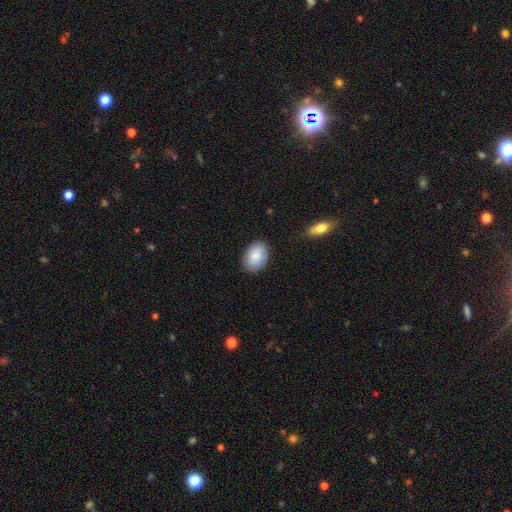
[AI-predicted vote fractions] This appears to be a smooth galaxy with no disk features (87%) that is in between round and cigar-shaped (84%). Merging: none (84%).